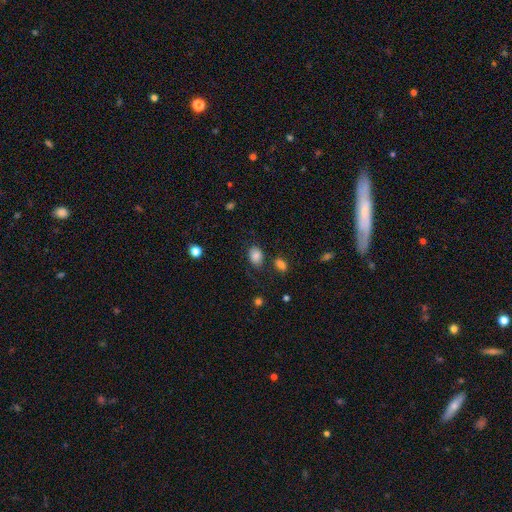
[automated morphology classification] type=smooth (83%); roundness=in between (79%); merging=none (67%).